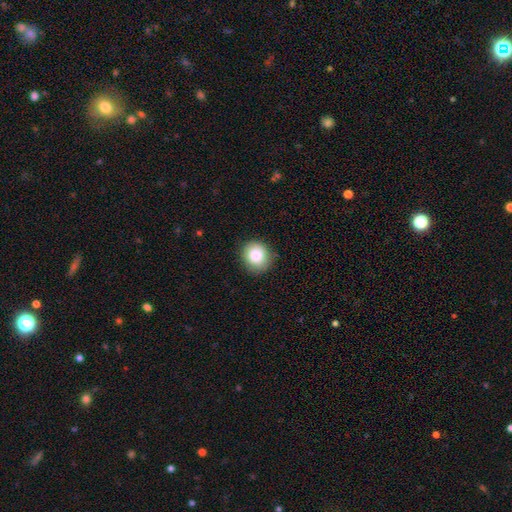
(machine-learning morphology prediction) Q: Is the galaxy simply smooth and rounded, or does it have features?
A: smooth — 84%.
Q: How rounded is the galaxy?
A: round — 78%.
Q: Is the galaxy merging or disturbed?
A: none — 84%.